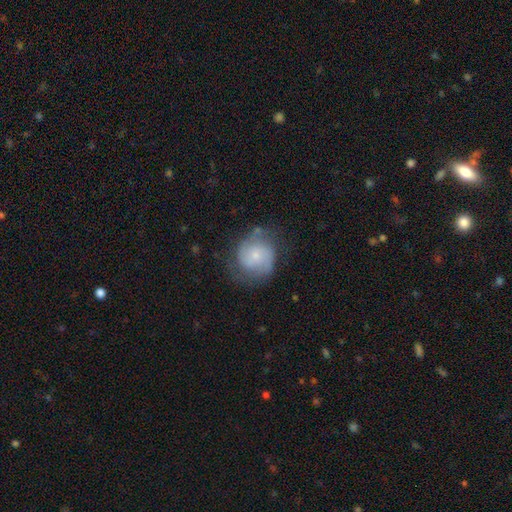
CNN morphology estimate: Q: Smooth or featured?
A: featured or disk (64%); runner-up: smooth (29%)
Q: Edge-on disk?
A: no (98%); runner-up: yes (2%)
Q: Bar?
A: no (71%); runner-up: weak (25%)
Q: Spiral arms?
A: yes (88%); runner-up: no (12%)
Q: Spiral winding?
A: medium (45%); runner-up: tight (36%)
Q: Spiral arm count?
A: 2 (67%); runner-up: can't tell (17%)
Q: Bulge size?
A: small (71%); runner-up: moderate (23%)
Q: Merging?
A: none (62%); runner-up: minor disturbance (23%)